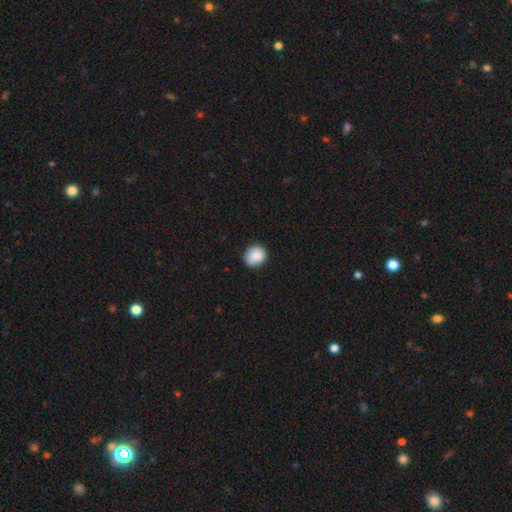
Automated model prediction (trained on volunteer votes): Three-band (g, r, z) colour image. It shows a smooth galaxy with no disk features (87%) that is round (81%). Merging: none (85%).